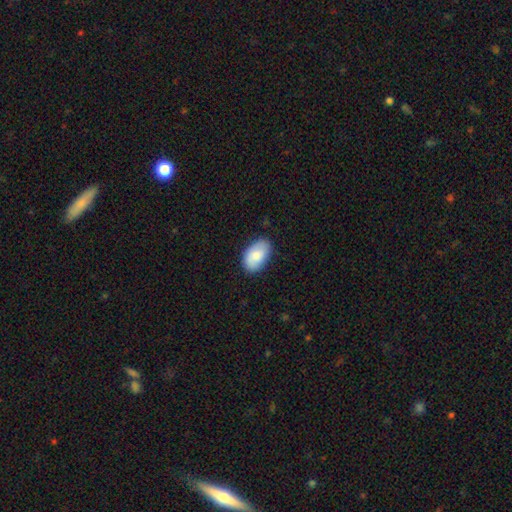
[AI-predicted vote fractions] Morphology: type=smooth (83%); roundness=in between (94%); merging=none (82%).